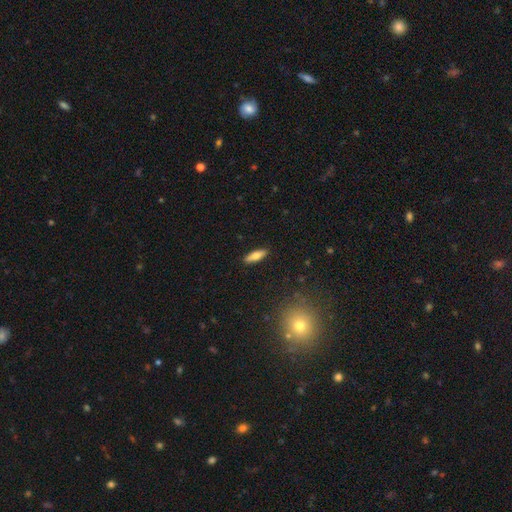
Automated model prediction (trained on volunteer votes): This is likely a smooth galaxy (68%). How rounded: possibly cigar-shaped (52%). Merging: clearly none (89%).